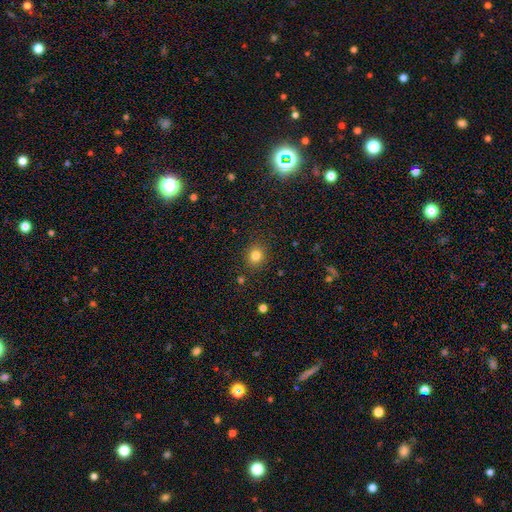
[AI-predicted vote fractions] Morphology: type=smooth (82%); roundness=round (84%); merging=none (88%).